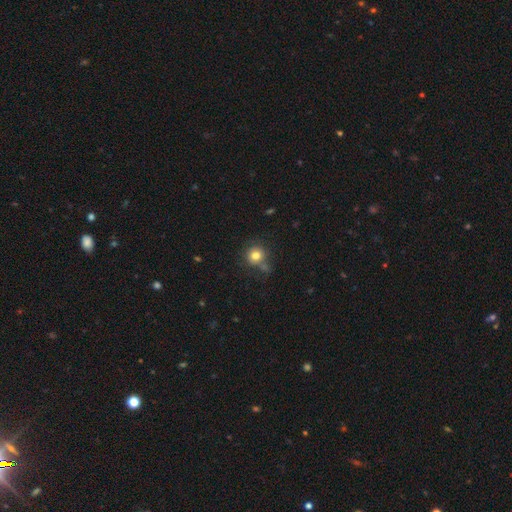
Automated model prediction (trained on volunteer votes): Morphology: type=smooth (80%); roundness=round (89%); merging=none (69%).